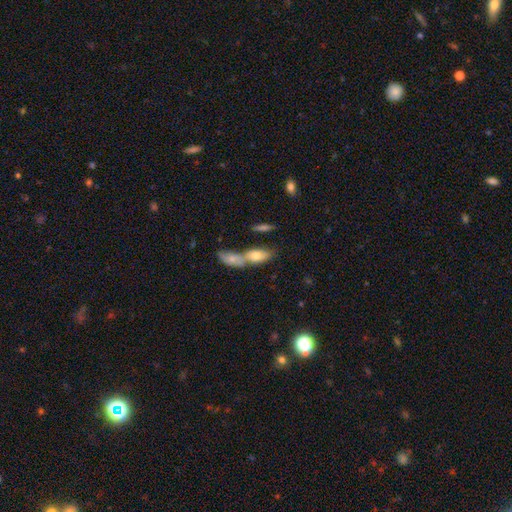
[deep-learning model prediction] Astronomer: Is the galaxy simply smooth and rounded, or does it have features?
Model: smooth — 64%.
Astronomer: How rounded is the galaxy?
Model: in between — 67%.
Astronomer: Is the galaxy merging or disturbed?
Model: merger — 58%.